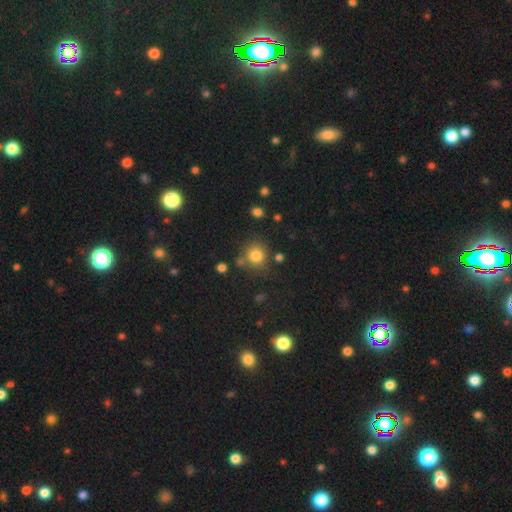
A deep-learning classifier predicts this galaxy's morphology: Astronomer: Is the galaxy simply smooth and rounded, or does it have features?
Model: smooth — 81%.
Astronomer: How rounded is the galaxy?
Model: round — 87%.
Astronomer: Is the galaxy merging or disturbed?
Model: none — 72%.